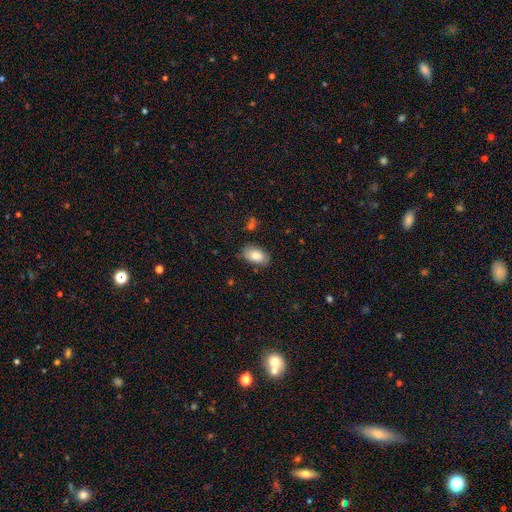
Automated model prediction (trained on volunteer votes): Smooth or featured?
  - smooth: 82% *
  - featured or disk: 11%
  - star or artifact: 7%
How rounded?
  - in between: 92% *
  - round: 6%
  - cigar-shaped: 1%
Merging?
  - none: 79% *
  - minor disturbance: 15%
  - major disturbance: 3%
  - merger: 2%